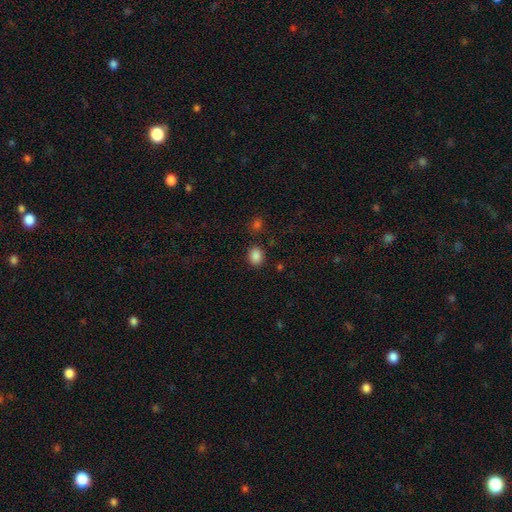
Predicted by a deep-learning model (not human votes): smooth 86%, star or artifact 10%, featured or disk 3%. Down the decision tree: how rounded — in between (55%); merging — none (83%).